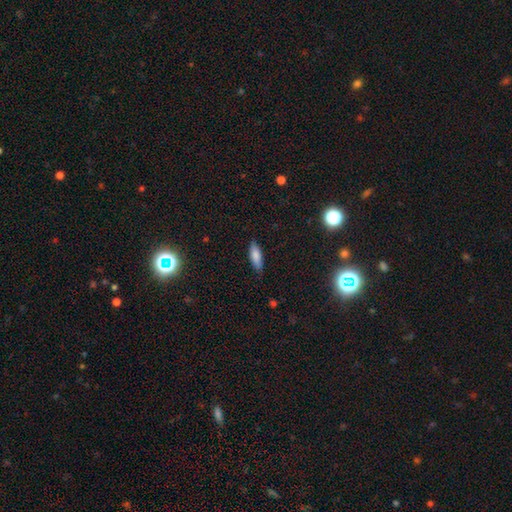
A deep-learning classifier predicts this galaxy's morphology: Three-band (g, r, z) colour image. It shows a smooth galaxy with no disk features (81%) that is in between round and cigar-shaped (62%). Merging: none (82%).